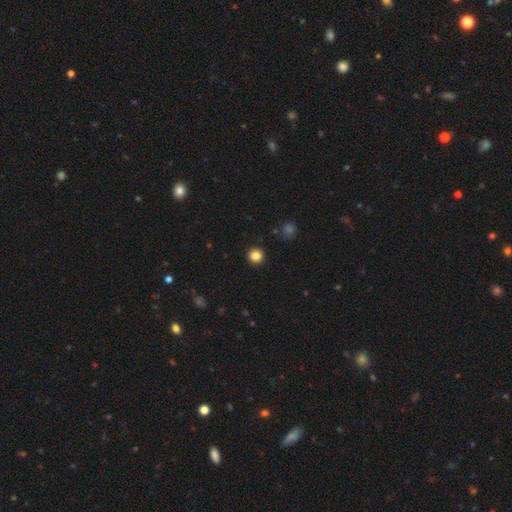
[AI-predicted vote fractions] Smooth or featured: smooth — 84% (star or artifact — 11%)
How rounded: round — 95% (in between — 4%)
Merging: none — 93% (minor disturbance — 4%)